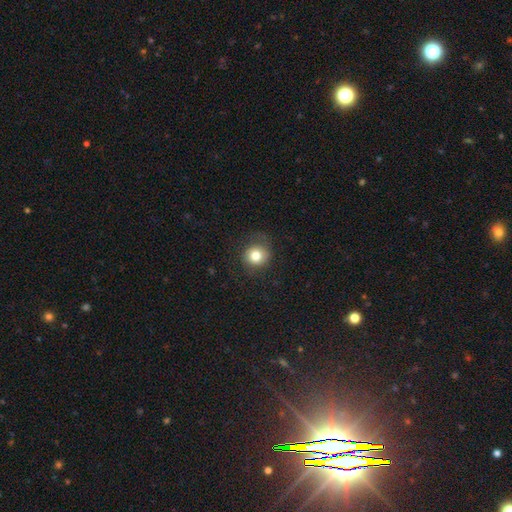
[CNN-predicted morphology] Smooth or featured? smooth (79%)
How rounded? round (87%)
Merging? none (73%)